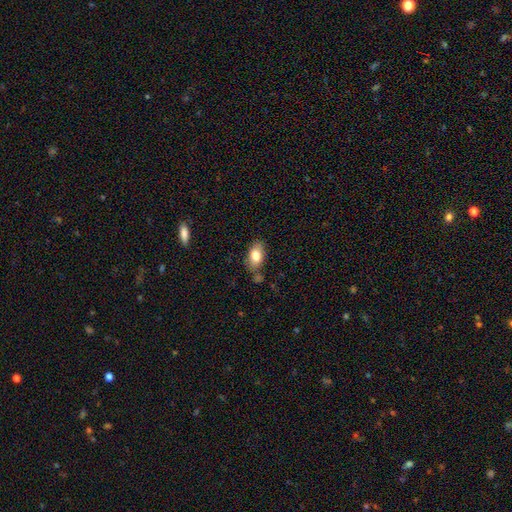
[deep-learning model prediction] smooth-or-featured: smooth: 80% | featured or disk: 13% | star or artifact: 8%
  how-rounded: in between: 89% | round: 8% | cigar-shaped: 3%
  merging: none: 75% | minor disturbance: 16% | merger: 5% | major disturbance: 4%